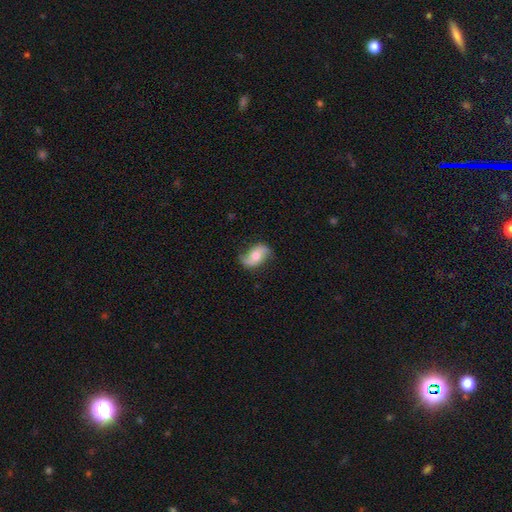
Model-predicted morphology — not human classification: Smooth or featured?
  - featured or disk: 64% *
  - smooth: 29%
  - star or artifact: 7%
Edge-on disk?
  - no: 96% *
  - yes: 4%
Bar?
  - no: 57% *
  - weak: 33%
  - strong: 10%
Spiral arms?
  - yes: 92% *
  - no: 8%
Spiral winding?
  - loose: 67% *
  - medium: 25%
  - tight: 8%
Spiral arm count?
  - 2: 89% *
  - 1: 5%
  - can't tell: 4%
  - 3: 1%
  - 4: 1%
  - more than 4: 1%
Bulge size?
  - moderate: 55% *
  - small: 22%
  - large: 15%
  - none: 5%
  - dominant: 2%
Merging?
  - none: 72% *
  - minor disturbance: 20%
  - major disturbance: 7%
  - merger: 1%